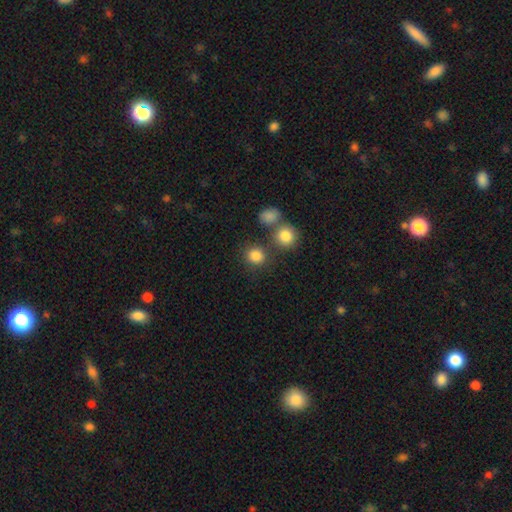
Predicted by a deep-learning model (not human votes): Smooth or featured? Predicted: smooth (p=0.83). How rounded? Predicted: round (p=0.84). Merging? Predicted: none (p=0.71).